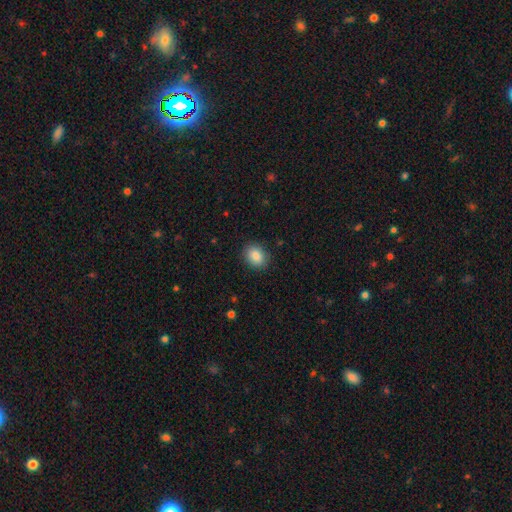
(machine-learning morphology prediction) Smooth or featured: smooth — 88% (star or artifact — 8%)
How rounded: in between — 58% (round — 41%)
Merging: none — 87% (minor disturbance — 9%)